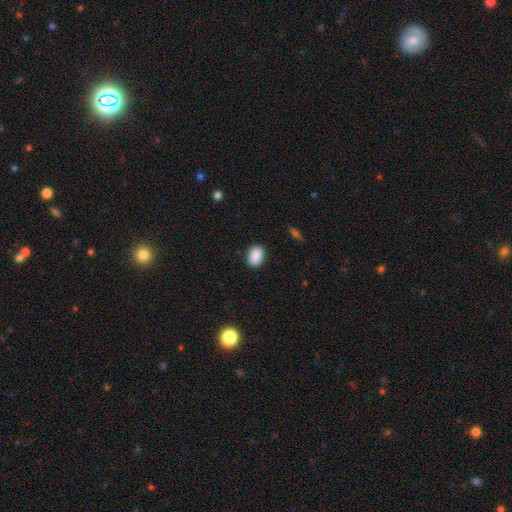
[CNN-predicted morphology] A smooth galaxy with no disk features (89%) that is in between round and cigar-shaped (82%). Merging: none (87%).